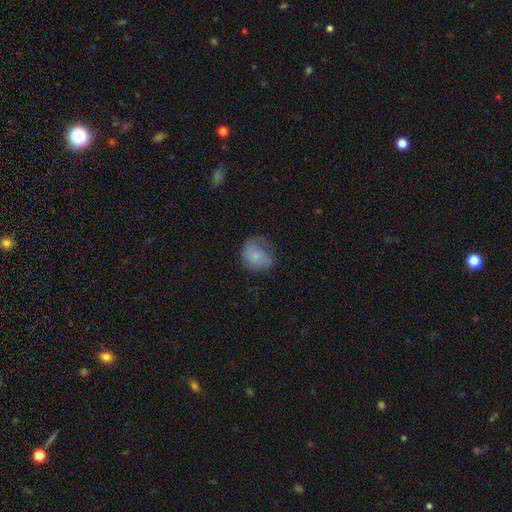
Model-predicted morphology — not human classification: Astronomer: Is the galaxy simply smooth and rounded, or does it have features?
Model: smooth — 70%.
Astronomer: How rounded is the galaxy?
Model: round — 62% (runner-up: in between, 37%).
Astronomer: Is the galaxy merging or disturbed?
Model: none — 45% (runner-up: minor disturbance, 31%).